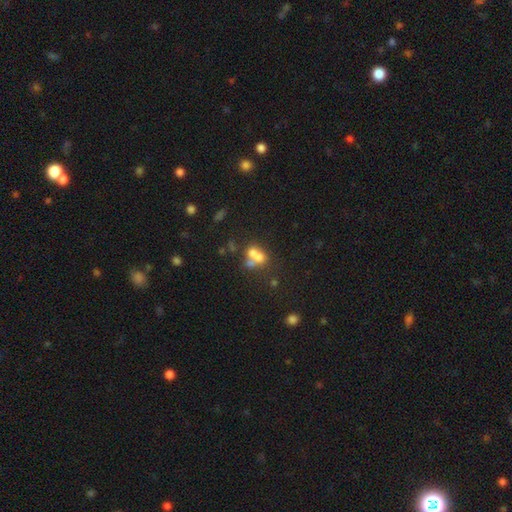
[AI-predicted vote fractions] The model was most divided on "how rounded": in between: 55%, round: 42%, cigar-shaped: 3%. More confident: merging — merger (59%); smooth or featured — smooth (56%).